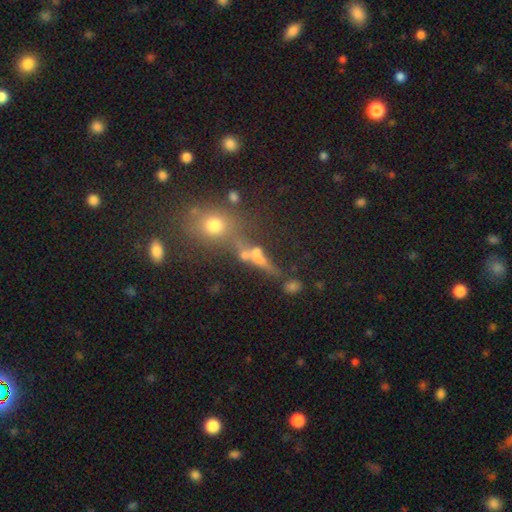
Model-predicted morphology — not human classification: type=smooth (43%); merging=none (60%).